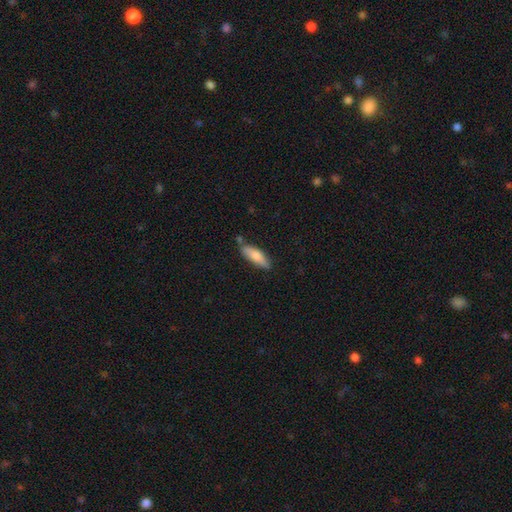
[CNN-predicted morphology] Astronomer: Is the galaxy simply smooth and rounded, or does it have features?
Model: smooth — 76%.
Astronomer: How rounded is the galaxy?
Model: in between — 52% (runner-up: cigar-shaped, 46%).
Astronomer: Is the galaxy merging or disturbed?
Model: none — 72%.